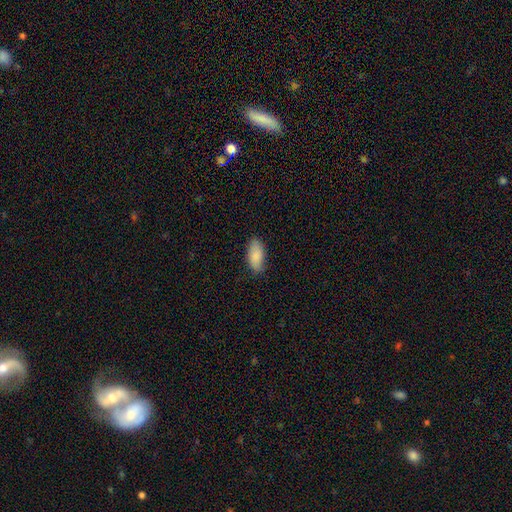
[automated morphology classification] smooth 86%, featured or disk 8%, star or artifact 6%. Down the decision tree: how rounded — in between (90%); merging — none (82%).